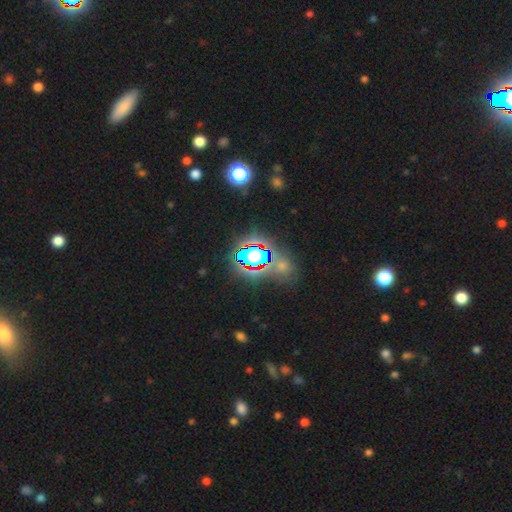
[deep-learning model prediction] smooth-or-featured: star or artifact: 66% | smooth: 22% | featured or disk: 13%